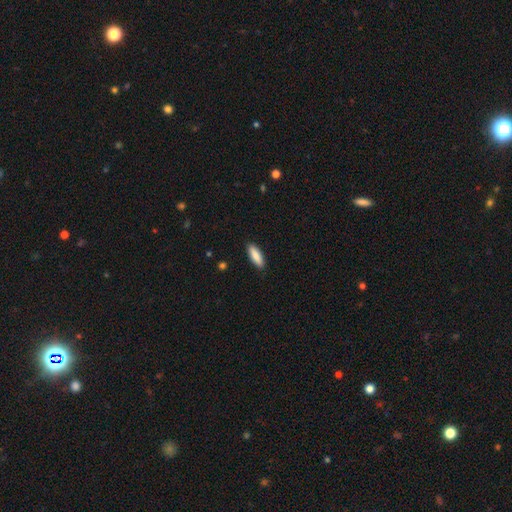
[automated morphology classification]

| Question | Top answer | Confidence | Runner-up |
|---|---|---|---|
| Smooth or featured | smooth | 87% | featured or disk (8%) |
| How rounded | in between | 53% | cigar-shaped (46%) |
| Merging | none | 89% | minor disturbance (8%) |